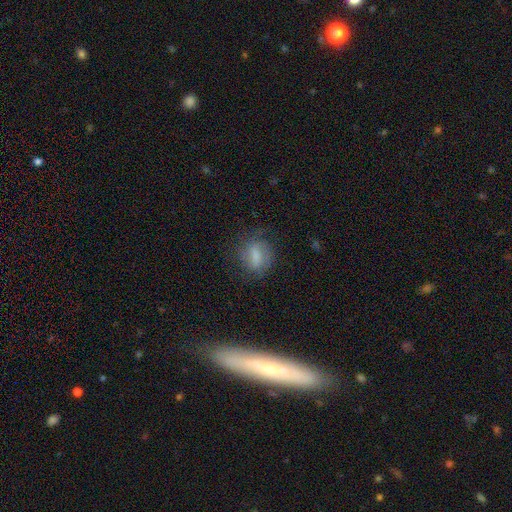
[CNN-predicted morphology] A smooth galaxy with no disk features (65%) that is in between round and cigar-shaped (57%). Merging: none (63%).